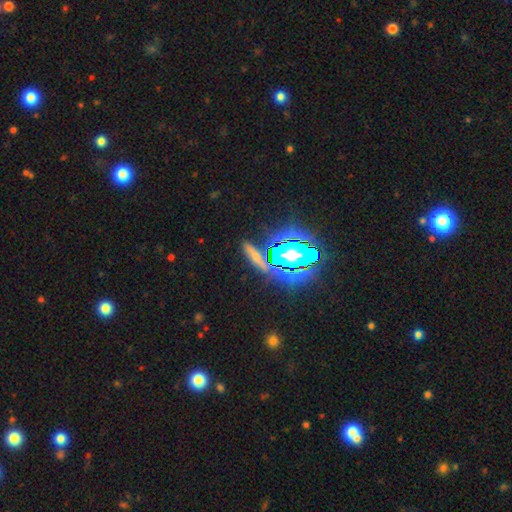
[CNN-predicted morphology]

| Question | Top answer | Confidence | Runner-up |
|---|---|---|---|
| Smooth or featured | smooth | 39% | star or artifact (36%) |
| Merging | none | 79% | minor disturbance (11%) |